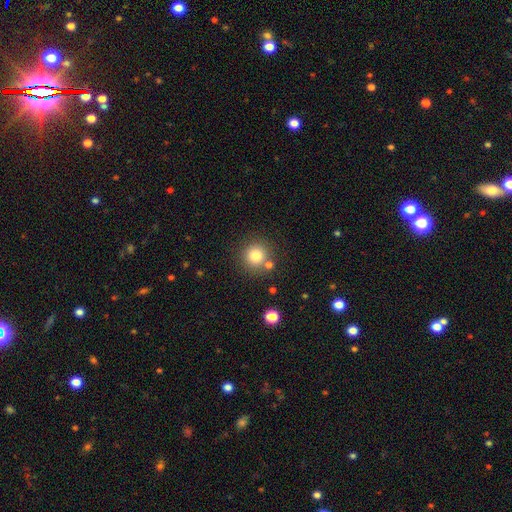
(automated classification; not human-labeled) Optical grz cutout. It shows a smooth galaxy with no disk features (81%) that is round (93%). Merging: none (78%).